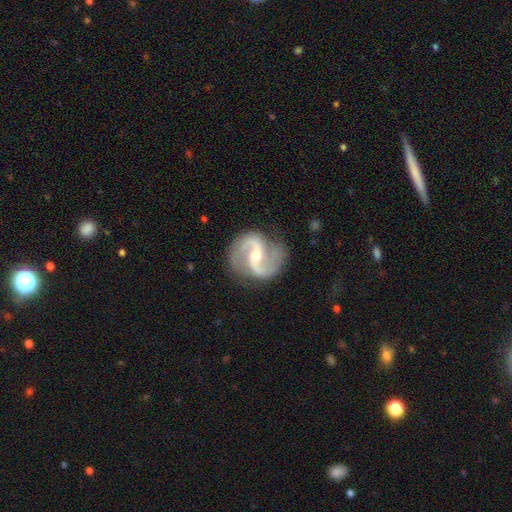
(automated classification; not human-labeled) Smooth or featured: featured or disk — 92% (star or artifact — 4%)
Edge-on disk: no — 98% (yes — 2%)
Bar: weak — 42% (strong — 31%)
Spiral arms: yes — 98% (no — 2%)
Spiral winding: medium — 51% (loose — 38%)
Spiral arm count: 2 — 94% (can't tell — 1%)
Bulge size: moderate — 55% (small — 41%)
Merging: none — 81% (minor disturbance — 13%)